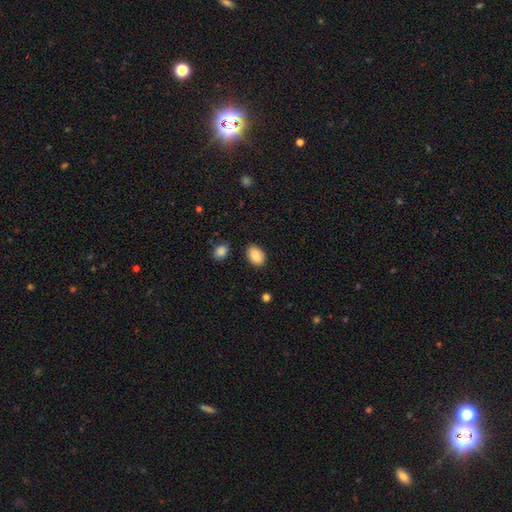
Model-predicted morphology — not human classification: Smooth or featured?
  - smooth: 88% *
  - star or artifact: 7%
  - featured or disk: 5%
How rounded?
  - in between: 84% *
  - round: 15%
  - cigar-shaped: 1%
Merging?
  - none: 85% *
  - minor disturbance: 10%
  - major disturbance: 2%
  - merger: 2%